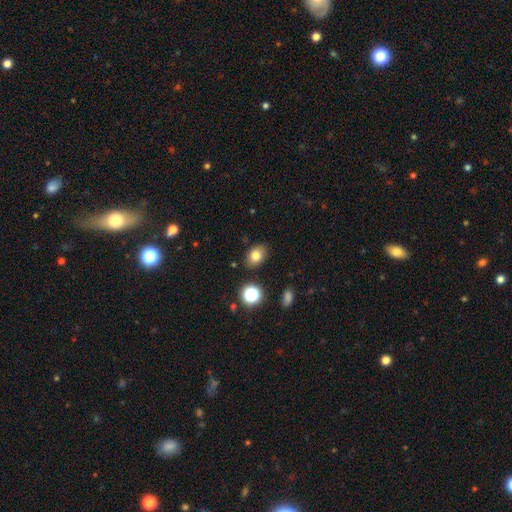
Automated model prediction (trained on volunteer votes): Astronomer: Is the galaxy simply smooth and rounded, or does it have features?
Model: smooth — 79%.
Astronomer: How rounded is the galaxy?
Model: in between — 71%.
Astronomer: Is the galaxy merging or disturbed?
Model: none — 85%.